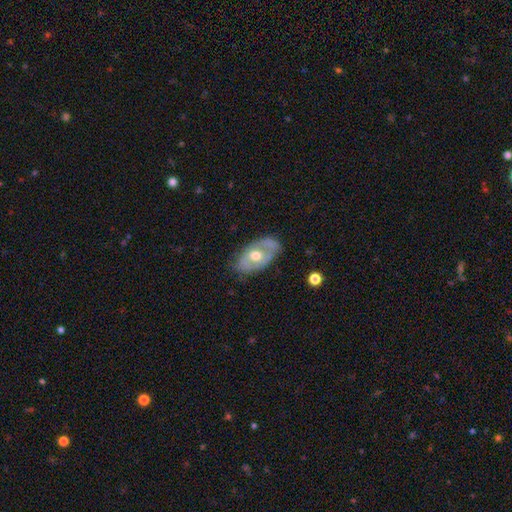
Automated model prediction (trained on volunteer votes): This appears to be a featured or disk galaxy (60%) with no bar (80%), no spiral arms (67%) and a moderate central bulge (74%). Merging: none (67%).